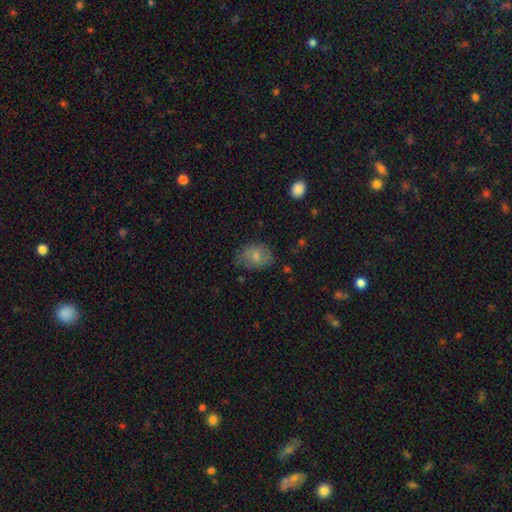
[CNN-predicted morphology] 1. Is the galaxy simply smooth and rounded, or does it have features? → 75% smooth, 17% featured or disk, 9% star or artifact.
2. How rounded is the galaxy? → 61% in between, 38% round, 1% cigar-shaped.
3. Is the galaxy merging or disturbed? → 62% none, 28% minor disturbance, 8% major disturbance, 2% merger.